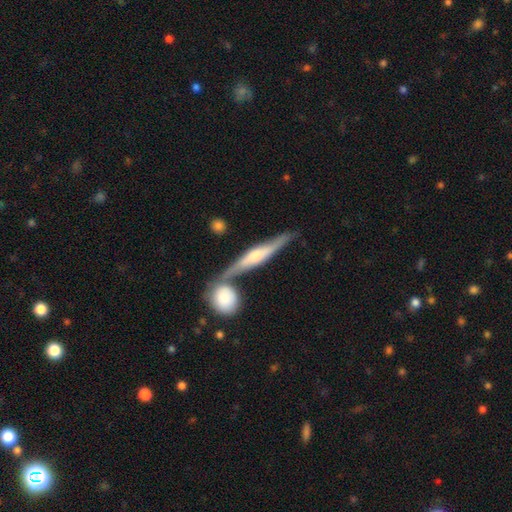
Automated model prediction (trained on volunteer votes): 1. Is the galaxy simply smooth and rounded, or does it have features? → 71% featured or disk, 24% smooth, 5% star or artifact.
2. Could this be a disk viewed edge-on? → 90% yes, 10% no.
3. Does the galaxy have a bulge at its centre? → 62% rounded, 27% boxy, 10% none.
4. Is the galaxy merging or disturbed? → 61% none, 20% merger, 15% minor disturbance, 4% major disturbance.